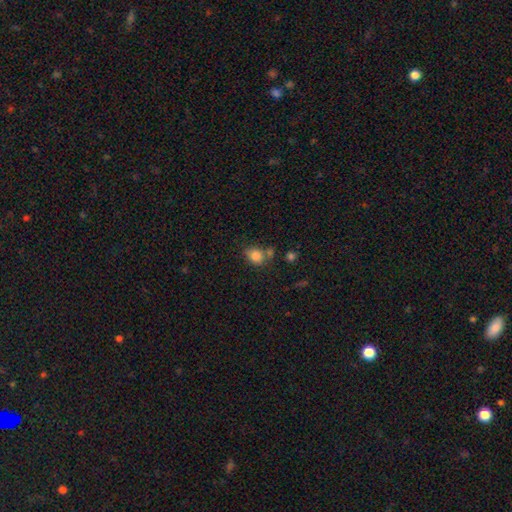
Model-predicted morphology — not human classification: Smooth or featured?
  - smooth: 83% *
  - star or artifact: 11%
  - featured or disk: 6%
How rounded?
  - round: 55% *
  - in between: 44%
  - cigar-shaped: 1%
Merging?
  - none: 56% *
  - minor disturbance: 19%
  - merger: 18%
  - major disturbance: 6%